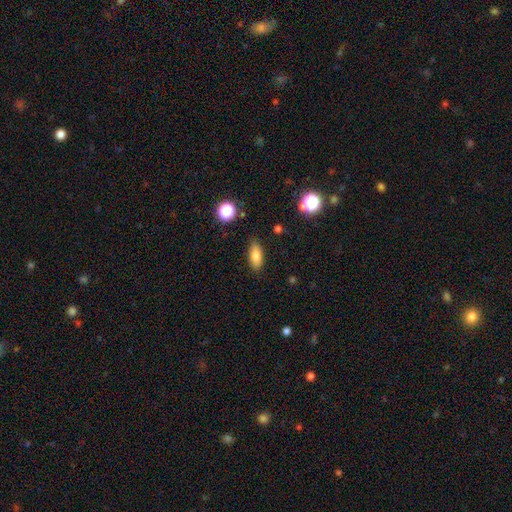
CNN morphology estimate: Smooth or featured: smooth — 81% (featured or disk — 10%)
How rounded: in between — 79% (cigar-shaped — 17%)
Merging: none — 85% (minor disturbance — 11%)